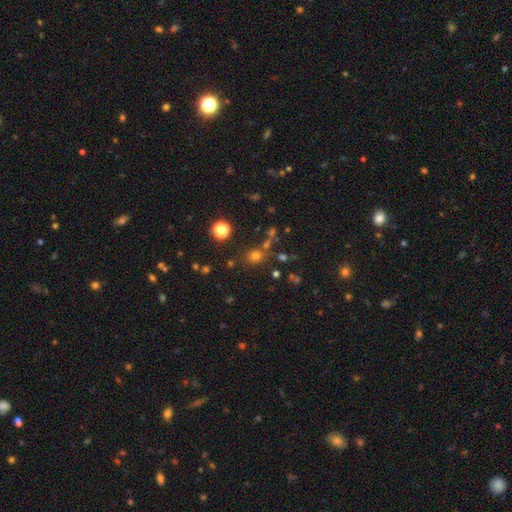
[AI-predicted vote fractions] The model was most divided on "smooth or featured": smooth: 68%, star or artifact: 24%, featured or disk: 8%. More confident: how rounded — round (82%); merging — none (73%).